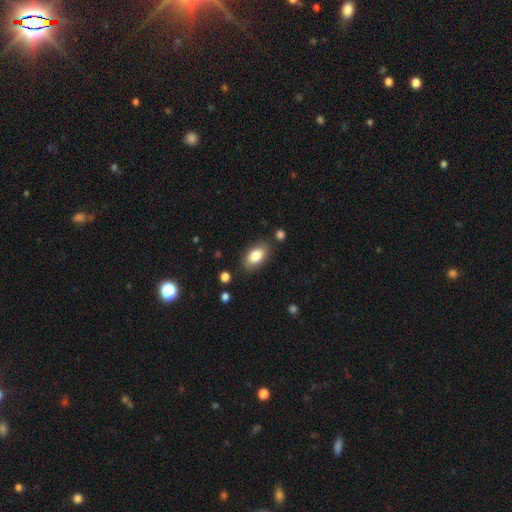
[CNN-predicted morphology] smooth_or_featured: smooth (p=0.81) [alt: featured or disk p=0.12]
how_rounded: in between (p=0.90) [alt: round p=0.07]
merging: none (p=0.83) [alt: minor disturbance p=0.11]